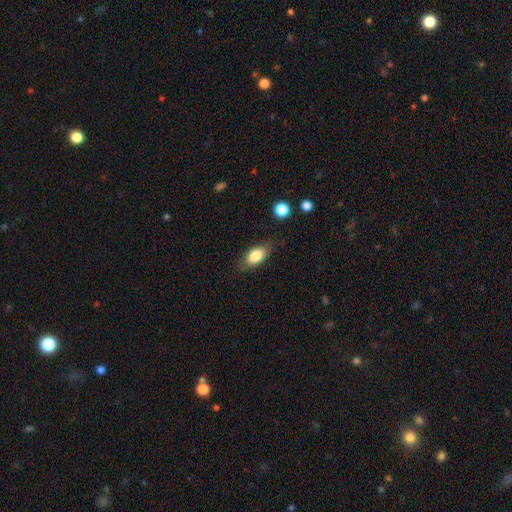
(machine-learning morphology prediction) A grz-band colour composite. It shows a smooth galaxy with no disk features (80%) that is in between round and cigar-shaped (85%). Merging: none (77%).